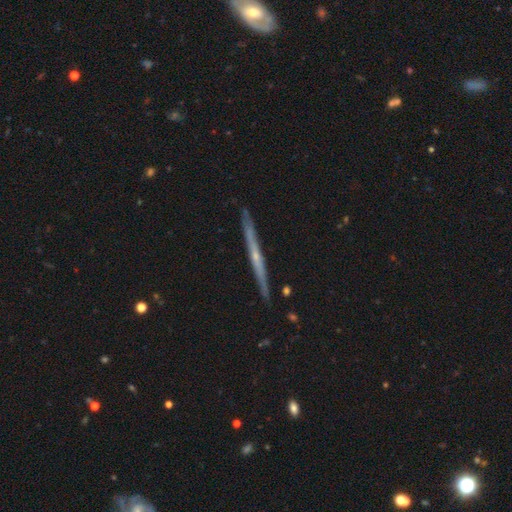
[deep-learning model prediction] A featured or disk galaxy (73%) viewed edge-on (98%) with no central bulge (55%).

Vote fractions:
- Smooth or featured? featured or disk: 73% / smooth: 21% / star or artifact: 6%
- Edge-on disk? yes: 98% / no: 2%
- Edge-on bulge? none: 55% / rounded: 40% / boxy: 5%
- Merging? none: 90% / minor disturbance: 8% / major disturbance: 1% / merger: 1%